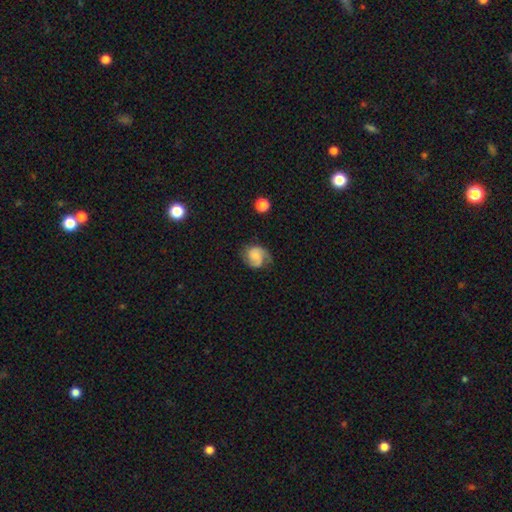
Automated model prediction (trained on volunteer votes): A featured or disk galaxy (62%) with no bar (61%), 2 (72%) medium (45%) spiral arms (93%) and a small central bulge (44%).

Vote fractions:
- Smooth or featured? featured or disk: 62% / smooth: 30% / star or artifact: 8%
- Edge-on disk? no: 98% / yes: 2%
- Bar? no: 61% / weak: 33% / strong: 6%
- Spiral arms? yes: 93% / no: 7%
- Spiral winding? medium: 45% / tight: 35% / loose: 20%
- Spiral arm count? 2: 72% / 1: 15% / can't tell: 8% / 3: 2% / 4: 1% / more than 4: 1%
- Bulge size? small: 44% / moderate: 25% / none: 24% / large: 5% / dominant: 2%
- Merging? none: 62% / minor disturbance: 24% / major disturbance: 12% / merger: 2%